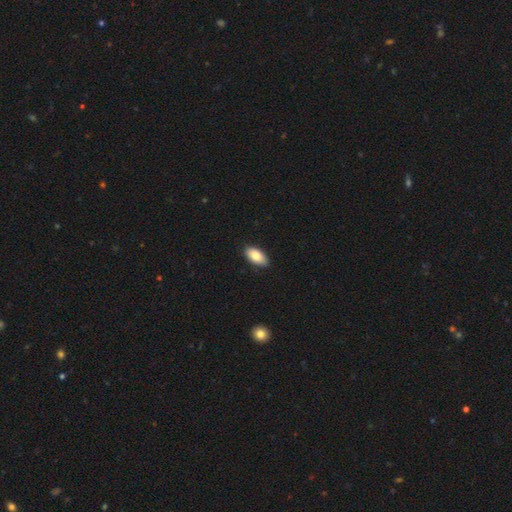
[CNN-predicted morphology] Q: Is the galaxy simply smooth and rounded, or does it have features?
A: smooth — 83%.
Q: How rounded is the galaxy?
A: in between — 93%.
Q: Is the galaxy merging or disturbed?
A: none — 89%.